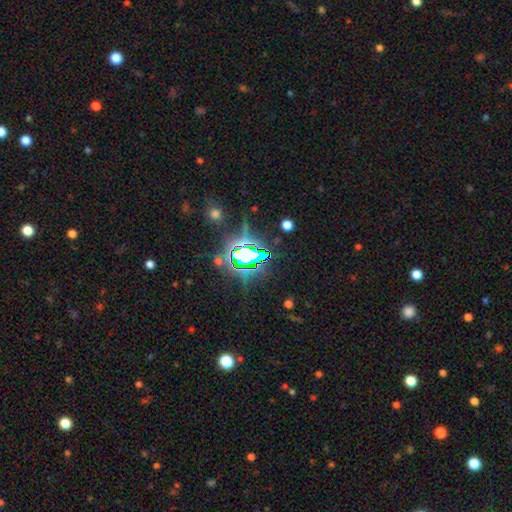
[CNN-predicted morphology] The model was most divided on "smooth or featured": star or artifact: 83%, smooth: 10%, featured or disk: 7%.